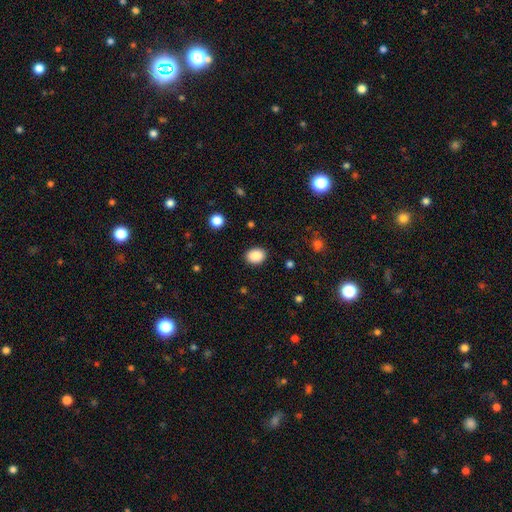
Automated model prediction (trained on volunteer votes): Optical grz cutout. It shows a smooth galaxy with no disk features (88%) that is in between round and cigar-shaped (55%). Merging: none (89%).